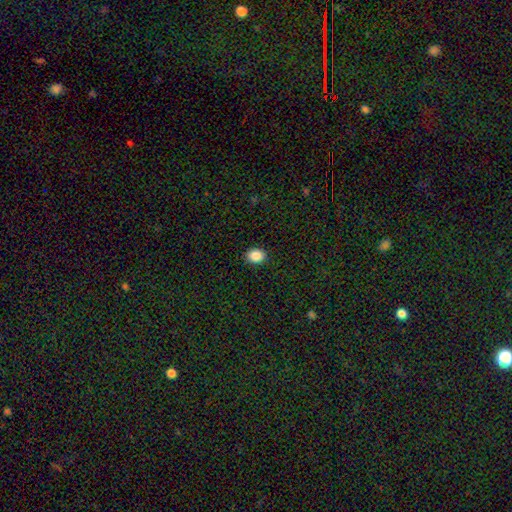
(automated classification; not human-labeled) Morphology: type=smooth (88%); roundness=round (60%); merging=none (91%).